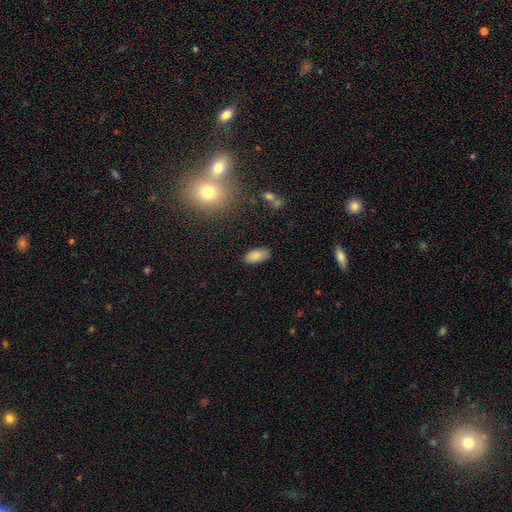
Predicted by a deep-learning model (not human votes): Overall: smooth (86%). How rounded: in between (92%). Merging: none (85%).